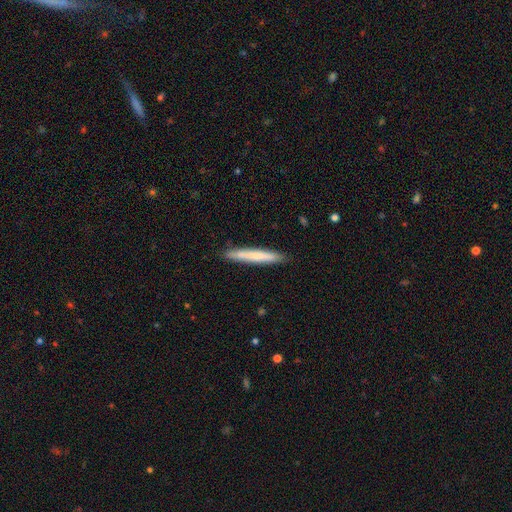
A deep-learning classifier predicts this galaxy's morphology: smooth_or_featured: smooth (p=0.70) [alt: featured or disk p=0.25]
how_rounded: cigar-shaped (p=0.96) [alt: in between p=0.03]
merging: none (p=0.89) [alt: minor disturbance p=0.08]